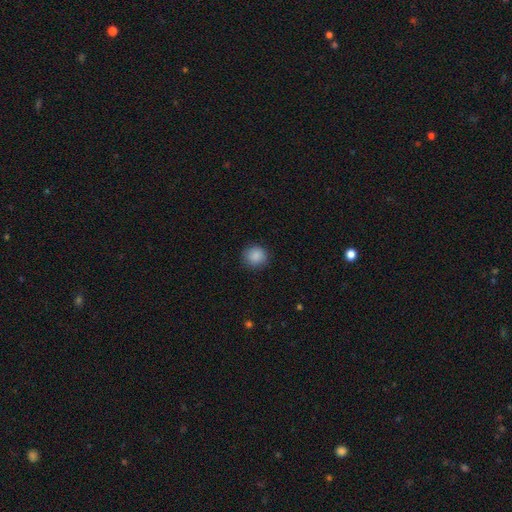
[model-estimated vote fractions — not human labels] A smooth galaxy with no disk features (88%) that is round (90%). Merging: none (88%).